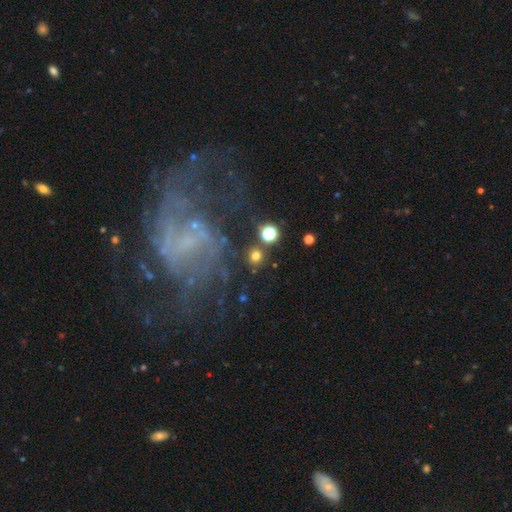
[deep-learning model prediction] Q: Smooth or featured?
A: smooth (73%); runner-up: star or artifact (17%)
Q: How rounded?
A: round (92%); runner-up: in between (7%)
Q: Merging?
A: none (85%); runner-up: minor disturbance (7%)